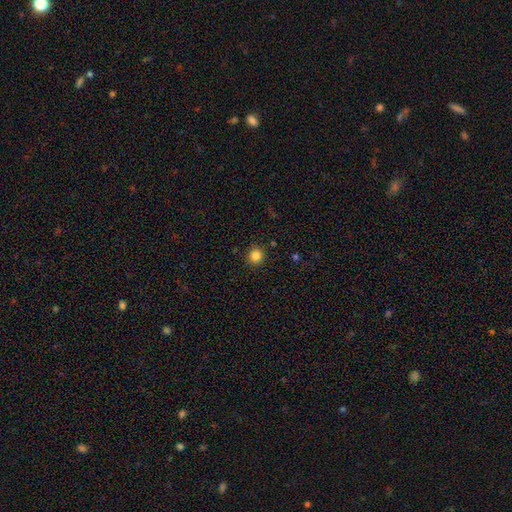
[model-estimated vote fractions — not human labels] Smooth or featured? Predicted: smooth (p=0.84). How rounded? Predicted: round (p=0.92). Merging? Predicted: none (p=0.90).